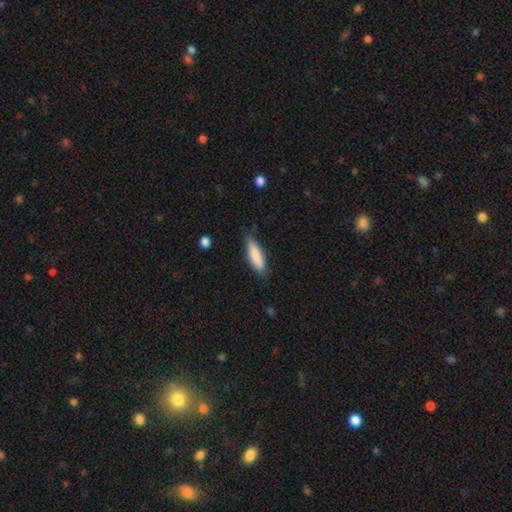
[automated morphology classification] Q: Smooth or featured?
A: smooth (84%); runner-up: featured or disk (10%)
Q: How rounded?
A: cigar-shaped (50%); runner-up: in between (49%)
Q: Merging?
A: none (77%); runner-up: minor disturbance (18%)